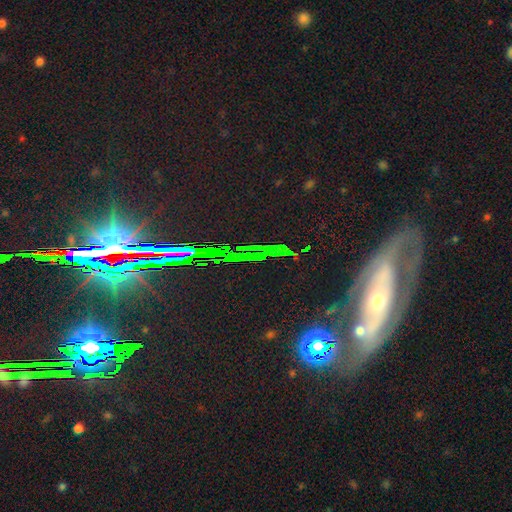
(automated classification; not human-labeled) This is possibly a star or artifact rather than a galaxy (57%).